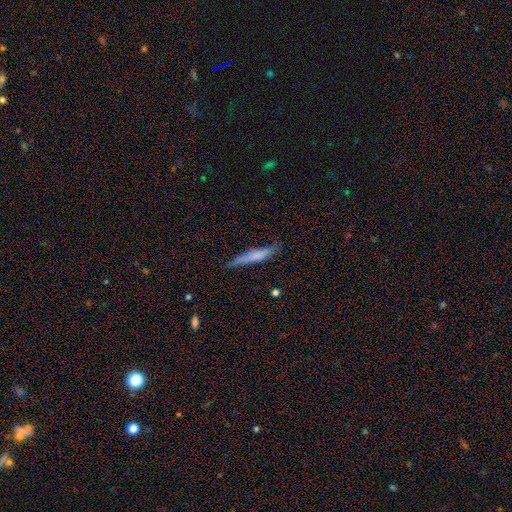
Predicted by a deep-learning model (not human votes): Overall: smooth (59%; featured or disk 34%). How rounded: cigar-shaped (90%). Merging: none (68%).